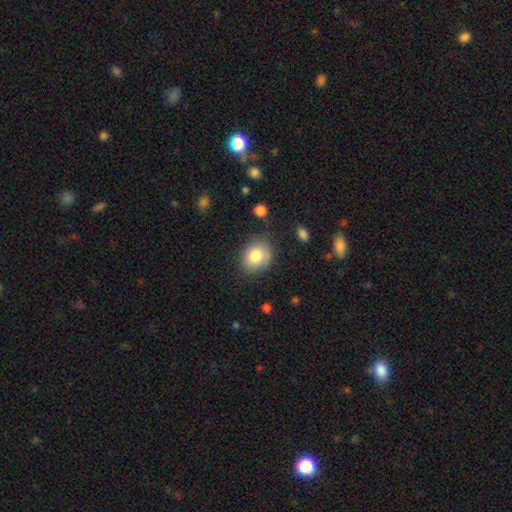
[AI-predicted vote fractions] Smooth or featured: smooth — 80% (featured or disk — 11%)
How rounded: in between — 50% (round — 49%)
Merging: none — 72% (minor disturbance — 20%)